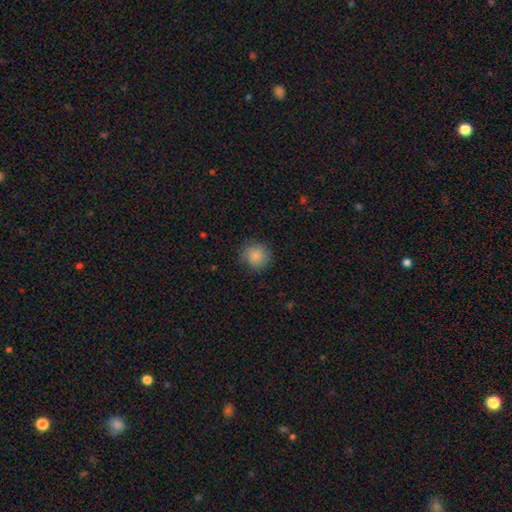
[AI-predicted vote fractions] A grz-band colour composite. It shows a smooth galaxy with no disk features (86%) that is round (91%). Merging: none (81%).